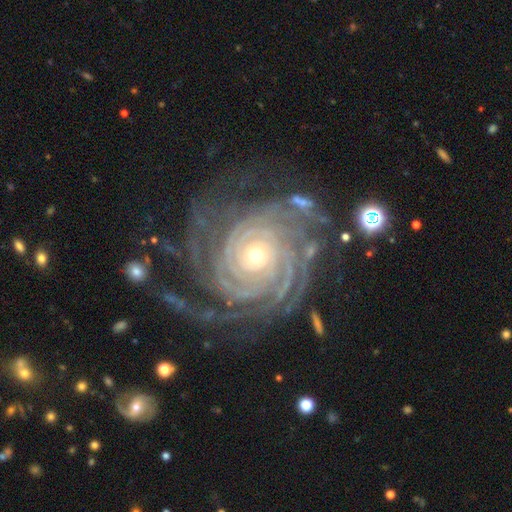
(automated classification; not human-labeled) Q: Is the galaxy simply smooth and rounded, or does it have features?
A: featured or disk — 93%.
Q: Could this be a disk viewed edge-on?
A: no — 98%.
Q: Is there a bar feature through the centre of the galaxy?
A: no — 75%.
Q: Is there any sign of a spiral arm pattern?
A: yes — 99%.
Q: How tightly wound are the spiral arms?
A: tight — 86%.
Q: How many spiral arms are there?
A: more than 4 — 26%.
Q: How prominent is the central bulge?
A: small — 65%.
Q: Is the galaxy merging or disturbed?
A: none — 68%.